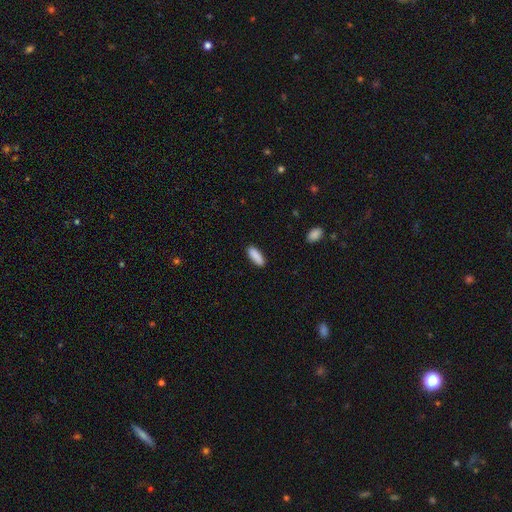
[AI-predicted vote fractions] Smooth or featured? smooth (90%)
How rounded? in between (53%)
Merging? none (89%)